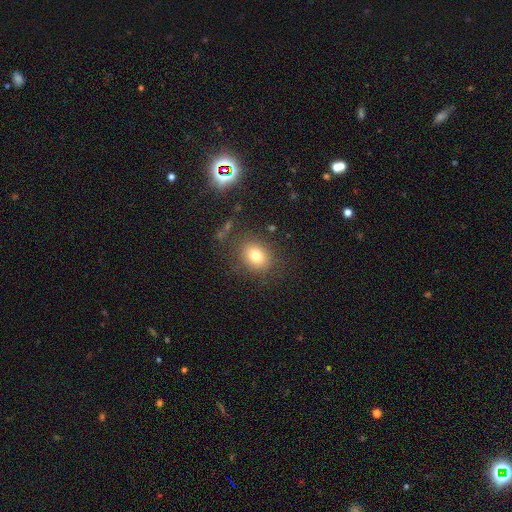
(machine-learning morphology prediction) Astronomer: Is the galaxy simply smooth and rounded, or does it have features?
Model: smooth — 77%.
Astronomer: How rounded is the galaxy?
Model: round — 55% (runner-up: in between, 44%).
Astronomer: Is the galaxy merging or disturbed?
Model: none — 82%.